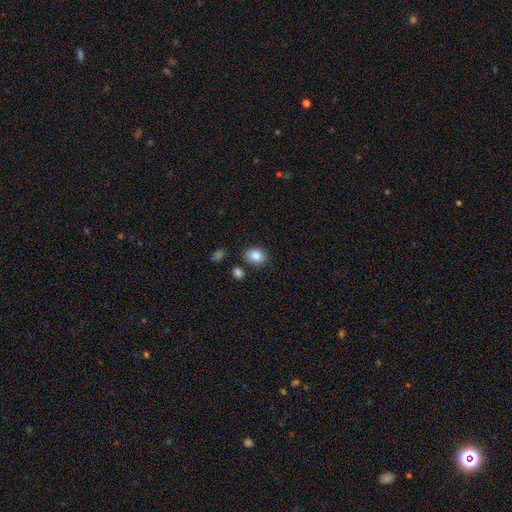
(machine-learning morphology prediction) This is clearly a smooth galaxy (85%). How rounded: possibly round (55%). Merging: likely none (78%).